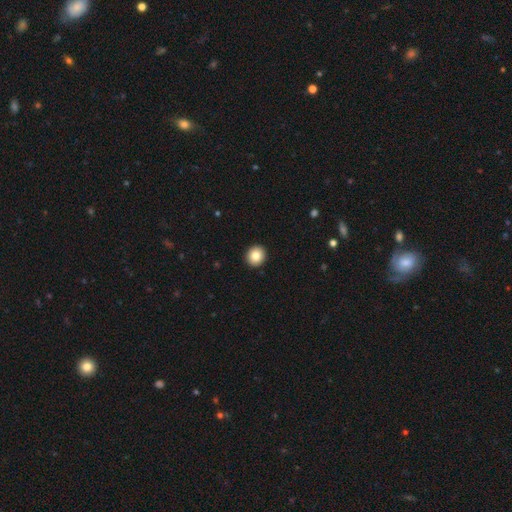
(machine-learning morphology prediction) A smooth galaxy with no disk features (83%) that is round (89%). Merging: none (93%).